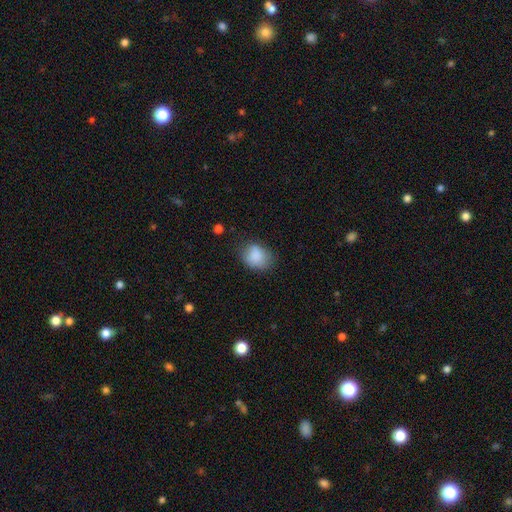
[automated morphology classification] This appears to be a smooth galaxy with no disk features (85%) that is in between round and cigar-shaped (57%). Merging: none (64%).